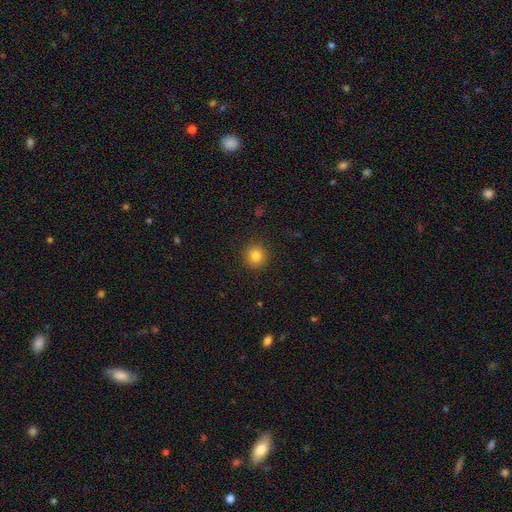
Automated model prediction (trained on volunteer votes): A smooth galaxy with no disk features (82%) that is round (93%). Merging: none (91%).